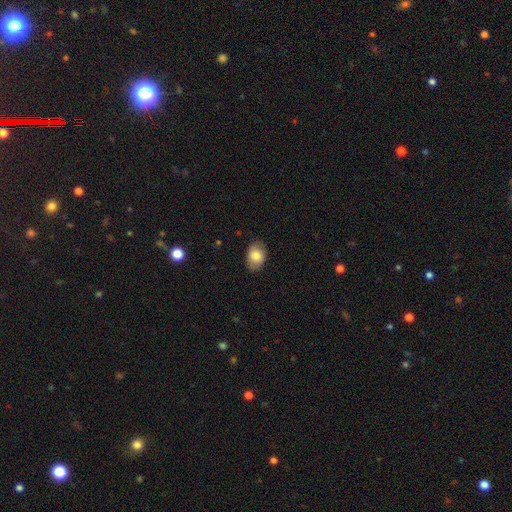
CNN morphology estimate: This is clearly a smooth galaxy (81%). How rounded: likely in between (79%). Merging: clearly none (83%).